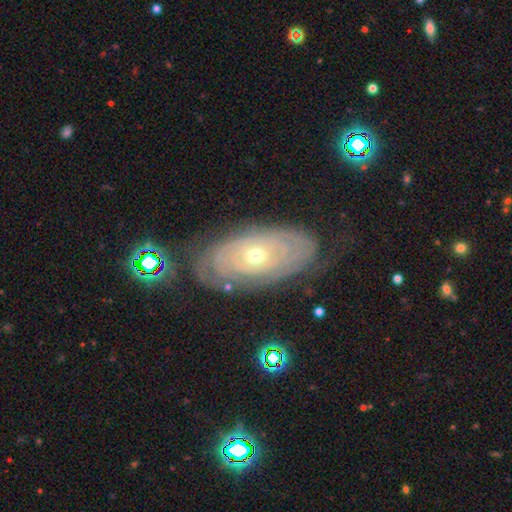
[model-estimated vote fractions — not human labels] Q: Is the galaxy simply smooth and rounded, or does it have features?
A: featured or disk — 82%.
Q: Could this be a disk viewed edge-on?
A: no — 93%.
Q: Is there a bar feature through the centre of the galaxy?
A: no — 77%.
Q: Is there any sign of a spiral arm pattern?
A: yes — 83%.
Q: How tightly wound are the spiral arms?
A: tight — 84%.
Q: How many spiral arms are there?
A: can't tell — 54%.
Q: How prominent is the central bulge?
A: moderate — 64%.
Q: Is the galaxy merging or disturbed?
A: none — 73%.